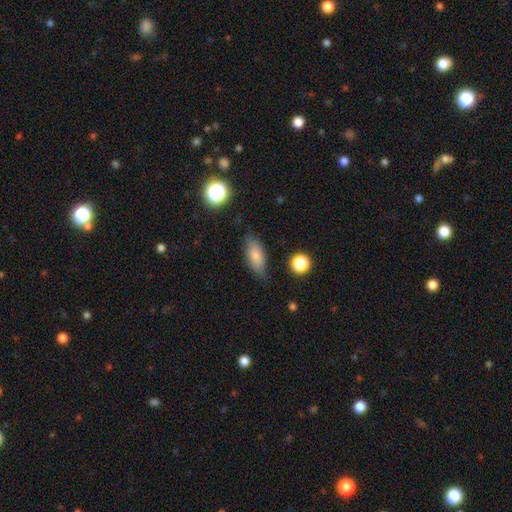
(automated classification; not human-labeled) smooth_or_featured: smooth (p=0.76) [alt: featured or disk p=0.15]
how_rounded: in between (p=0.80) [alt: cigar-shaped p=0.16]
merging: none (p=0.73) [alt: minor disturbance p=0.21]